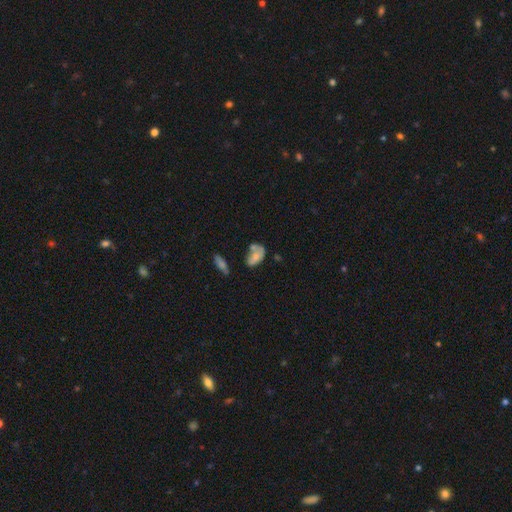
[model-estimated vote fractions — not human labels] Smooth or featured: smooth — 68% (featured or disk — 22%)
How rounded: in between — 88% (round — 9%)
Merging: none — 32% (merger — 26%)